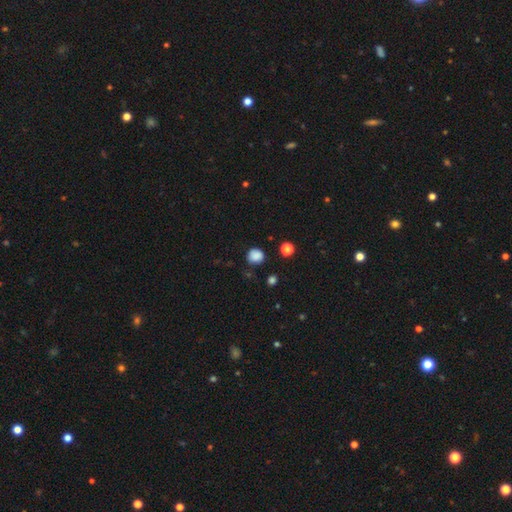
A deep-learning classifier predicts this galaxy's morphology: Q: Smooth or featured?
A: smooth (84%); runner-up: star or artifact (12%)
Q: How rounded?
A: round (81%); runner-up: in between (18%)
Q: Merging?
A: none (80%); runner-up: minor disturbance (14%)